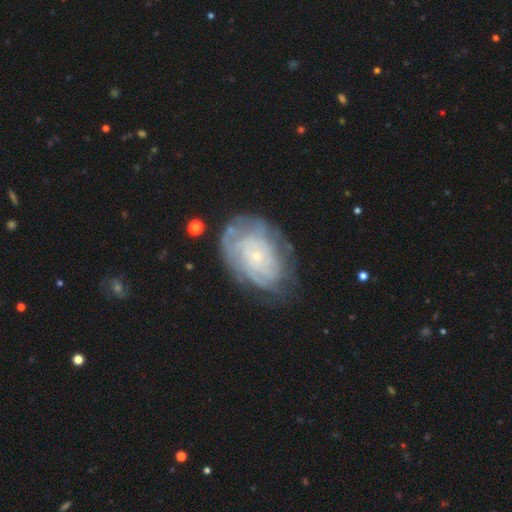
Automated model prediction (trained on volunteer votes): smooth_or_featured: featured or disk (p=0.71) [alt: smooth p=0.22]
disk_edge_on: no (p=0.96) [alt: yes p=0.04]
bar: no (p=0.86) [alt: weak p=0.12]
has_spiral_arms: yes (p=0.74) [alt: no p=0.26]
spiral_winding: tight (p=0.73) [alt: medium p=0.19]
spiral_arm_count: can't tell (p=0.61) [alt: 4 p=0.10]
bulge_size: small (p=0.85) [alt: moderate p=0.10]
merging: none (p=0.65) [alt: minor disturbance p=0.22]